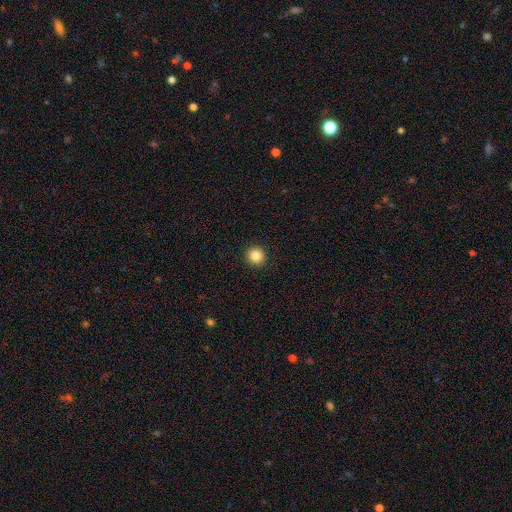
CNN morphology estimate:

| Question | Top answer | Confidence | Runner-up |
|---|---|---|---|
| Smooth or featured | smooth | 85% | star or artifact (10%) |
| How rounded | round | 93% | in between (6%) |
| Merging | none | 93% | minor disturbance (4%) |